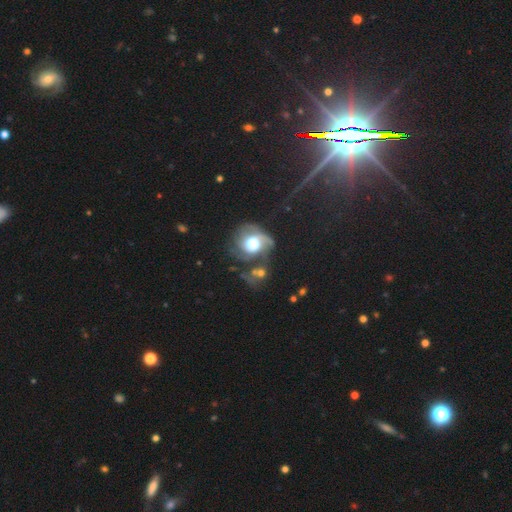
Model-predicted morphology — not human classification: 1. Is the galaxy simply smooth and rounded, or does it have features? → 62% star or artifact, 19% smooth, 18% featured or disk.